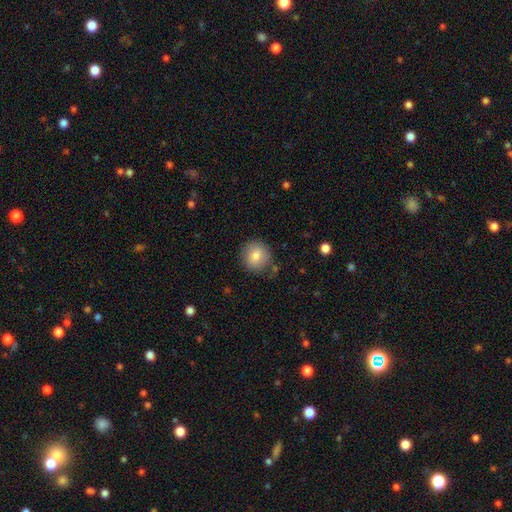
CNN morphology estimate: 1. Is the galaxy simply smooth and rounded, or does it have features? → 80% smooth, 11% featured or disk, 9% star or artifact.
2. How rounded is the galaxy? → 86% round, 13% in between, 1% cigar-shaped.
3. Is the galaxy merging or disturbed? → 80% none, 14% minor disturbance, 4% major disturbance, 3% merger.